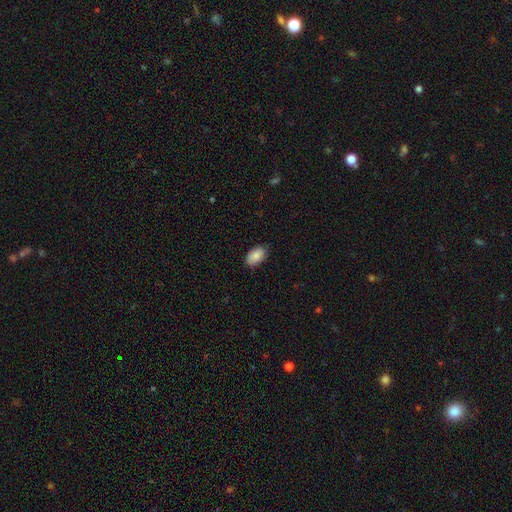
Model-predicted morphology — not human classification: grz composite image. It shows a smooth galaxy with no disk features (89%) that is in between round and cigar-shaped (94%). Merging: none (85%).